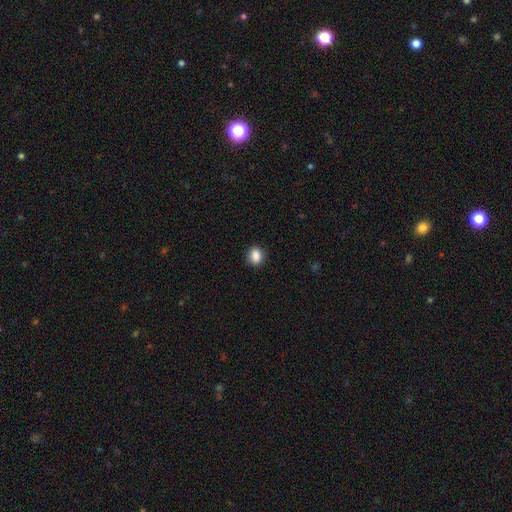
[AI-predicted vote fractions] Smooth or featured? Predicted: smooth (p=0.87). How rounded? Predicted: round (p=0.51). Merging? Predicted: none (p=0.86).